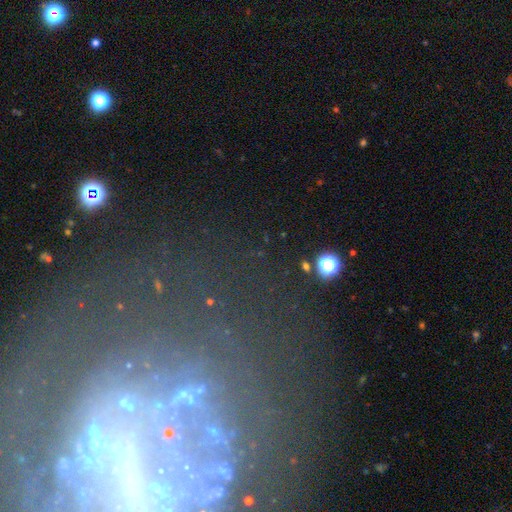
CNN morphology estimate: A featured or disk galaxy (51%). Merging: none (52%).